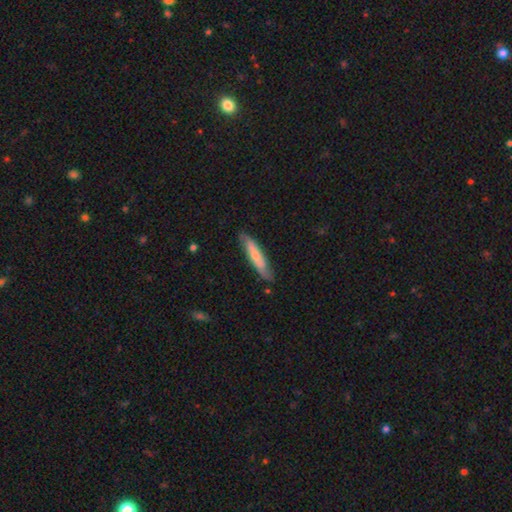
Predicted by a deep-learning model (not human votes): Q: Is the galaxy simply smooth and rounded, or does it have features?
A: smooth — 56%.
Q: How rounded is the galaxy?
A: cigar-shaped — 86%.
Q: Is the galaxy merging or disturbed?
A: none — 79%.